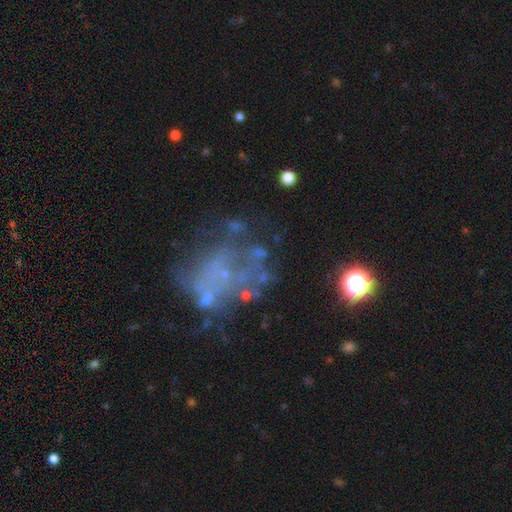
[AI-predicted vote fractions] Smooth or featured? featured or disk (50%)
Merging? none (42%)